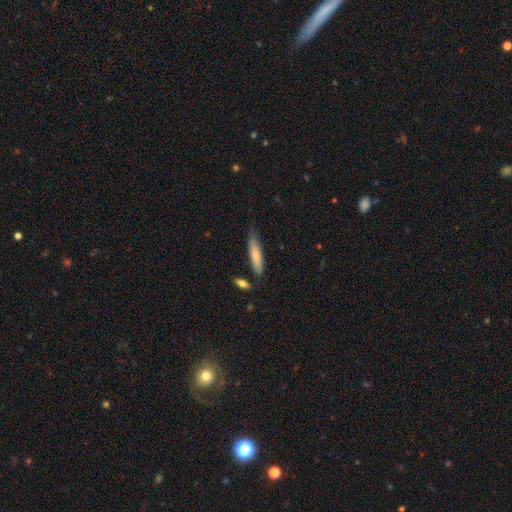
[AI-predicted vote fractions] smooth 75%, featured or disk 19%, star or artifact 6%. Down the decision tree: how rounded — cigar-shaped (78%); merging — none (64%).